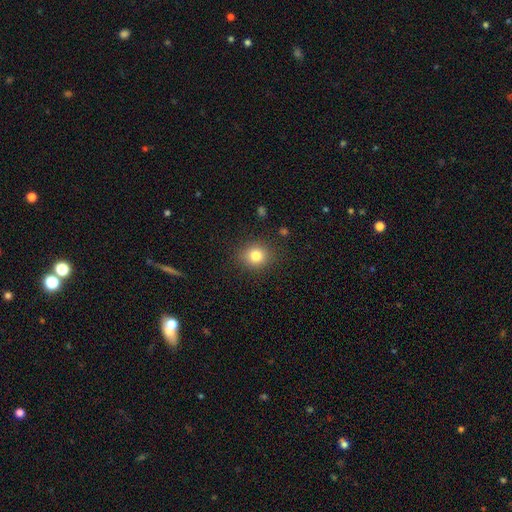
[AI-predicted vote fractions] Smooth or featured? Predicted: smooth (p=0.81). How rounded? Predicted: round (p=0.77). Merging? Predicted: none (p=0.88).